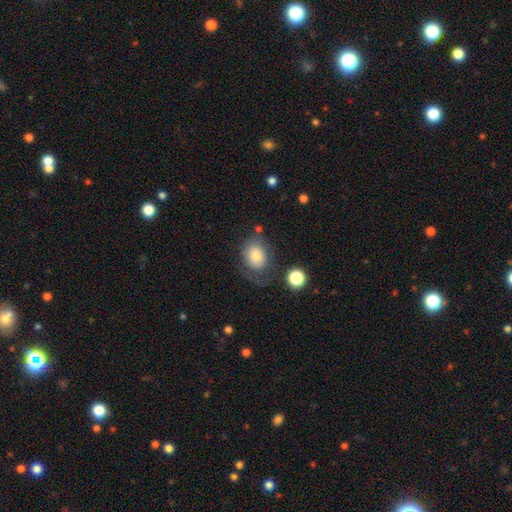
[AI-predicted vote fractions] The model was most divided on "how rounded": in between: 58%, round: 41%, cigar-shaped: 1%. Remaining: smooth or featured — smooth (76%); merging — none (49%).